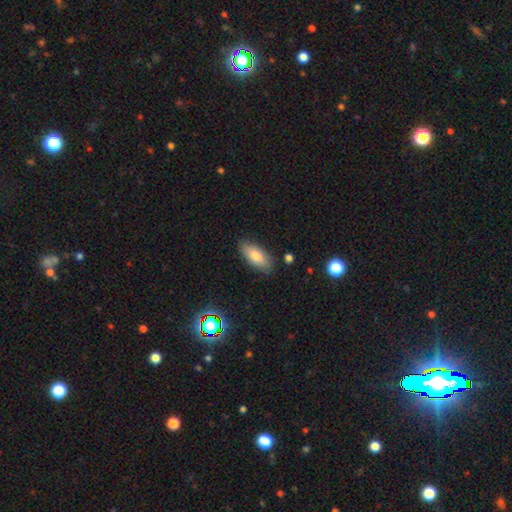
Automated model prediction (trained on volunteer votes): Q: Smooth or featured?
A: smooth (80%); runner-up: featured or disk (12%)
Q: How rounded?
A: in between (83%); runner-up: cigar-shaped (15%)
Q: Merging?
A: none (84%); runner-up: minor disturbance (12%)